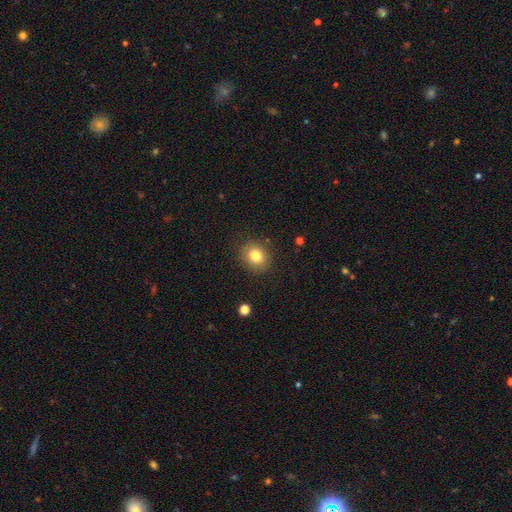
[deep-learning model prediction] This is clearly a smooth galaxy (81%). How rounded: likely round (70%). Merging: clearly none (87%).